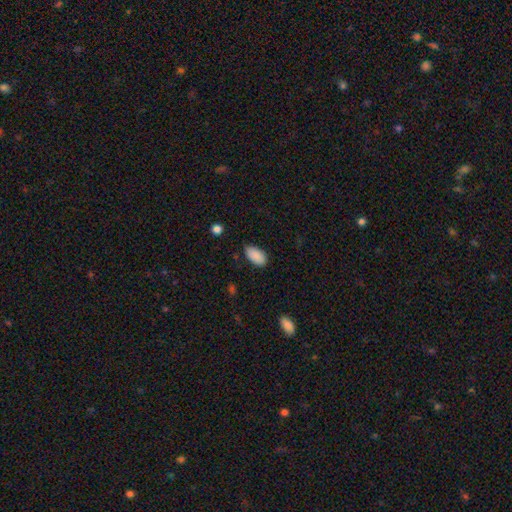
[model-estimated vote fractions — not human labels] Q: Smooth or featured?
A: smooth (89%); runner-up: star or artifact (7%)
Q: How rounded?
A: in between (95%); runner-up: round (3%)
Q: Merging?
A: none (76%); runner-up: minor disturbance (20%)